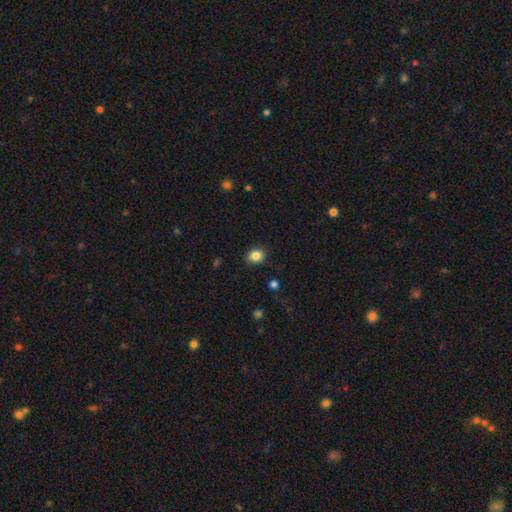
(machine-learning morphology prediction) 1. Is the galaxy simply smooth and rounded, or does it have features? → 85% smooth, 10% star or artifact, 5% featured or disk.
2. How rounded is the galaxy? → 58% round, 41% in between, 1% cigar-shaped.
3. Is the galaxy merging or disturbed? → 86% none, 10% minor disturbance, 2% major disturbance, 1% merger.